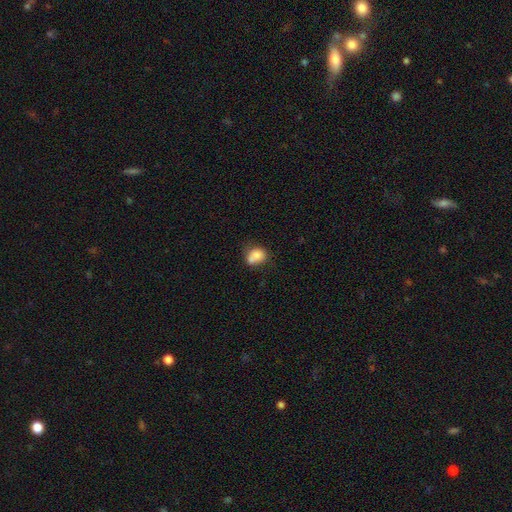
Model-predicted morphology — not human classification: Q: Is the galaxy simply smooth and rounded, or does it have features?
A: smooth — 81%.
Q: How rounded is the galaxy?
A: in between — 54%.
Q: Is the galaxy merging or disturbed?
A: none — 46%.